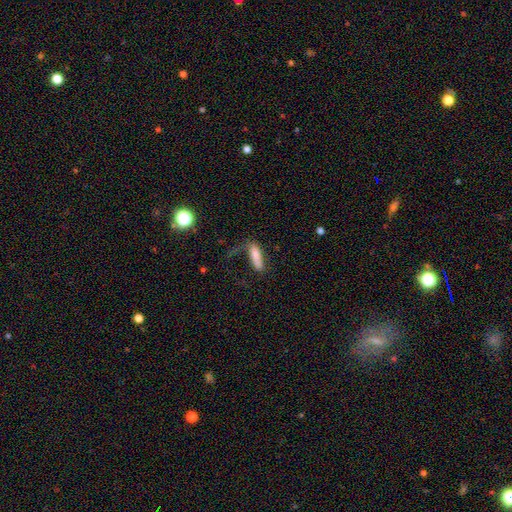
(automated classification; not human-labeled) Overall: smooth (75%). How rounded: cigar-shaped (62%; in between 36%). Merging: none (41%; major disturbance 29%).